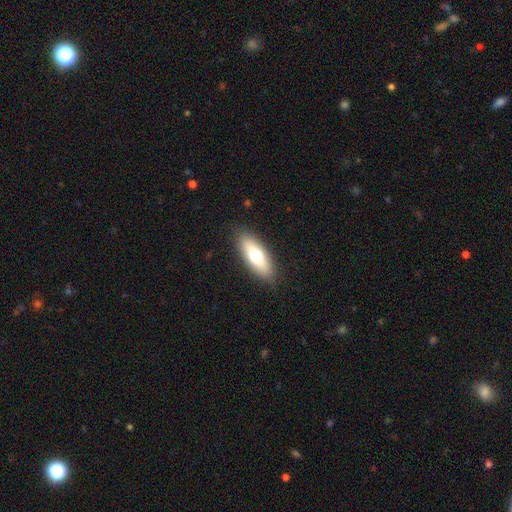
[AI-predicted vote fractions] Smooth or featured? smooth (67%)
How rounded? in between (67%)
Merging? none (87%)